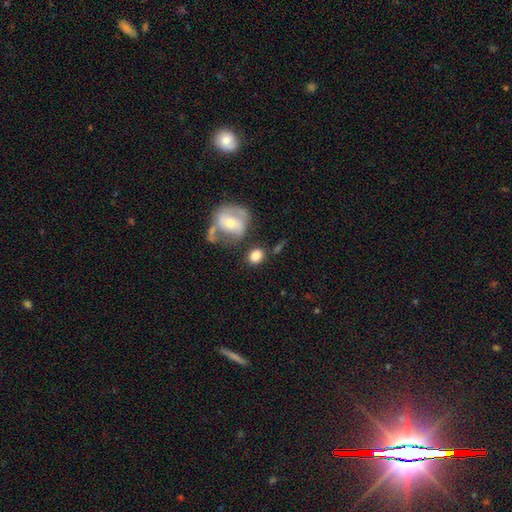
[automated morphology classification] A smooth galaxy with no disk features (77%) that is in between round and cigar-shaped (50%). Merging: none (63%).